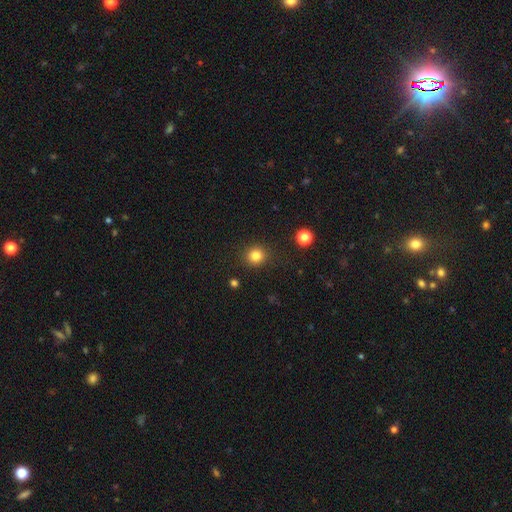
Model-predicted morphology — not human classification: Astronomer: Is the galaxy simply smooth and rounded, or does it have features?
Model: smooth — 82%.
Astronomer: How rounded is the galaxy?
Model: round — 90%.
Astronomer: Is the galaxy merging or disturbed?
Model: none — 89%.